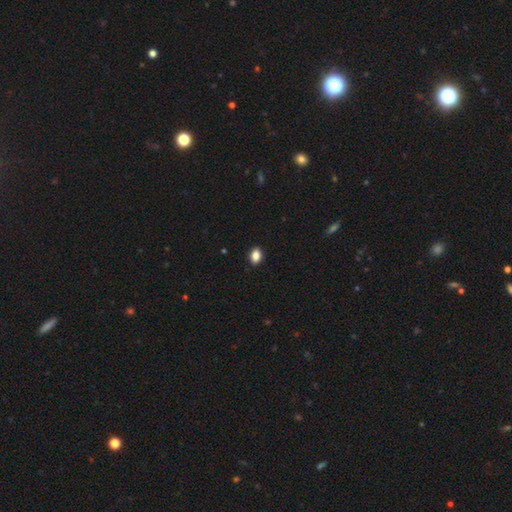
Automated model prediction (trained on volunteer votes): The model was most divided on "how rounded": in between: 78%, round: 20%, cigar-shaped: 1%. More confident: merging — none (91%); smooth or featured — smooth (87%).